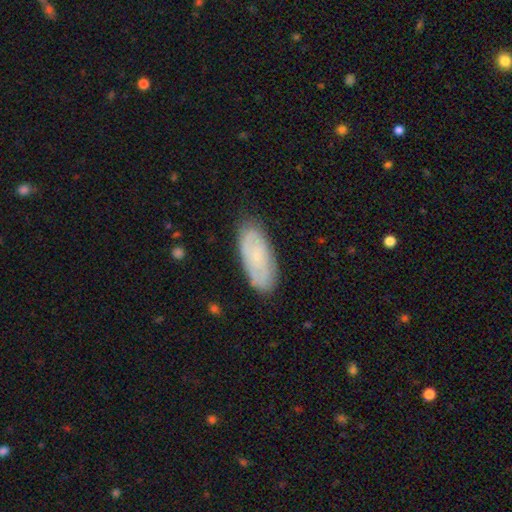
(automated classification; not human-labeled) Q: Smooth or featured?
A: smooth (50%); runner-up: featured or disk (43%)
Q: Merging?
A: none (81%); runner-up: minor disturbance (15%)